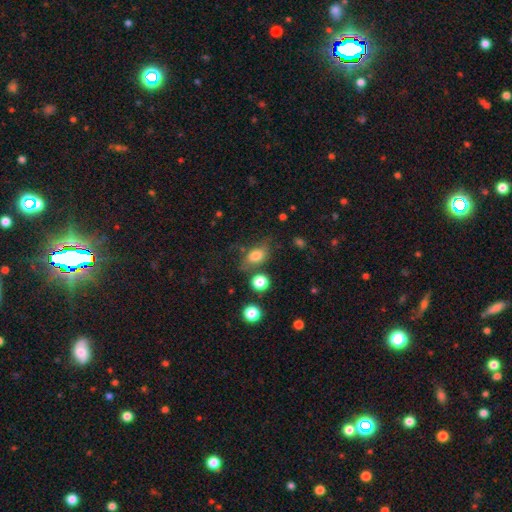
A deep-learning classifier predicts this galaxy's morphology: type=smooth (76%); roundness=in between (77%); merging=none (59%).